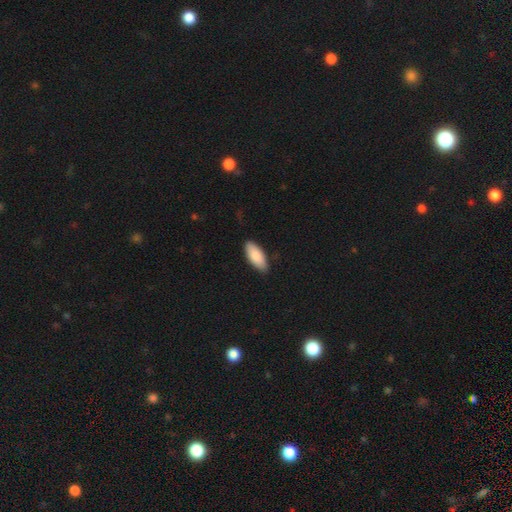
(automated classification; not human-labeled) This appears to be a smooth galaxy with no disk features (88%) that is in between round and cigar-shaped (85%). Merging: none (85%).